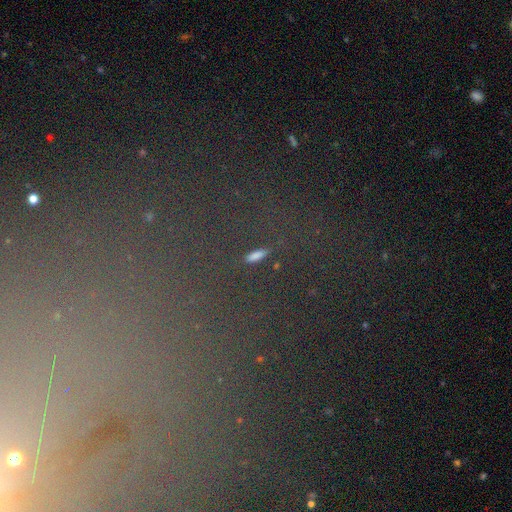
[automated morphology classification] Smooth or featured: smooth — 48% (star or artifact — 38%)
Merging: none — 84% (minor disturbance — 9%)